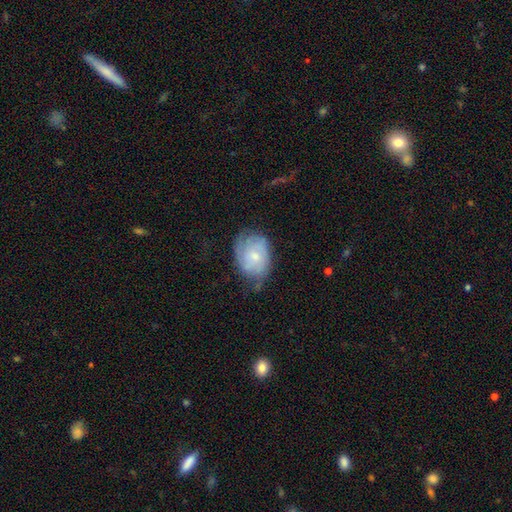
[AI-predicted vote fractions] This appears to be a featured or disk galaxy (57%) with no bar (74%), spiral arms (79%) and a small central bulge (59%). Merging: none (54%).